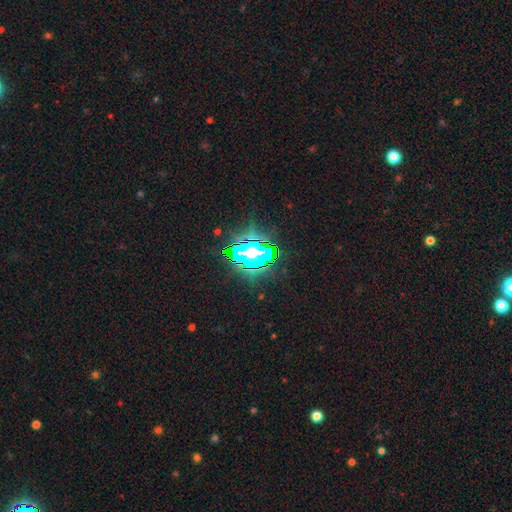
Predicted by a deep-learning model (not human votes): Smooth or featured? star or artifact (80%)